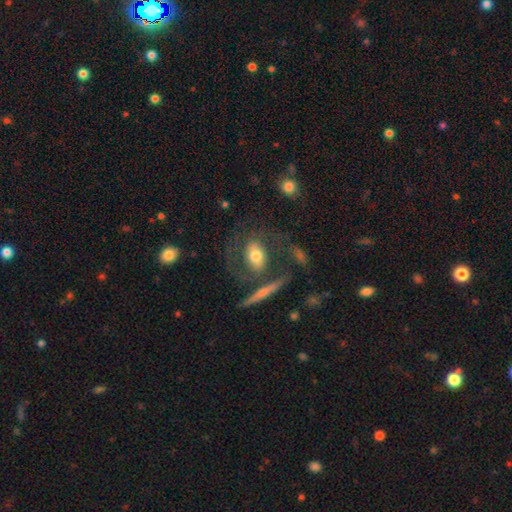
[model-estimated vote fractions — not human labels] Smooth or featured?
  - featured or disk: 64% *
  - smooth: 28%
  - star or artifact: 8%
Edge-on disk?
  - no: 90% *
  - yes: 10%
Bar?
  - no: 40% *
  - weak: 34%
  - strong: 27%
Spiral arms?
  - yes: 76% *
  - no: 24%
Bulge size?
  - moderate: 64% *
  - large: 18%
  - small: 13%
  - dominant: 2%
  - none: 2%
Merging?
  - none: 51% *
  - major disturbance: 19%
  - minor disturbance: 16%
  - merger: 13%